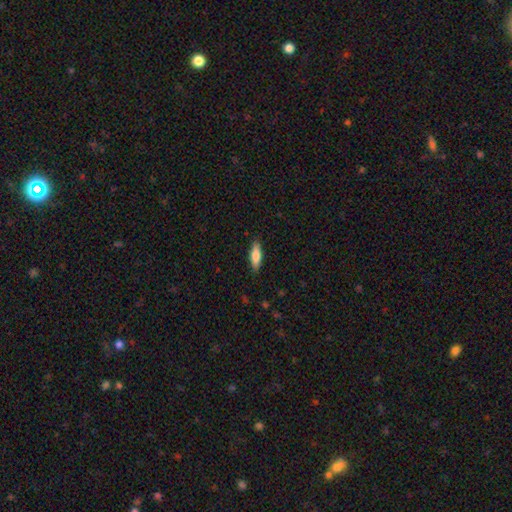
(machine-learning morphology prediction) Smooth or featured: smooth — 77% (featured or disk — 18%)
How rounded: in between — 49% (tied with cigar-shaped — 49%)
Merging: none — 87% (minor disturbance — 10%)